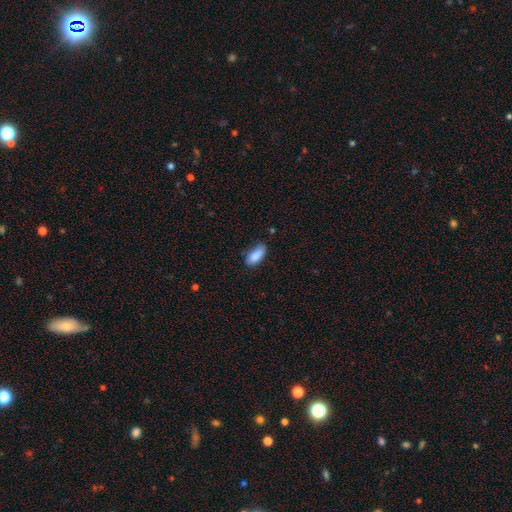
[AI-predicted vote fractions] This is clearly a smooth galaxy (88%). How rounded: clearly in between (86%). Merging: likely none (73%).